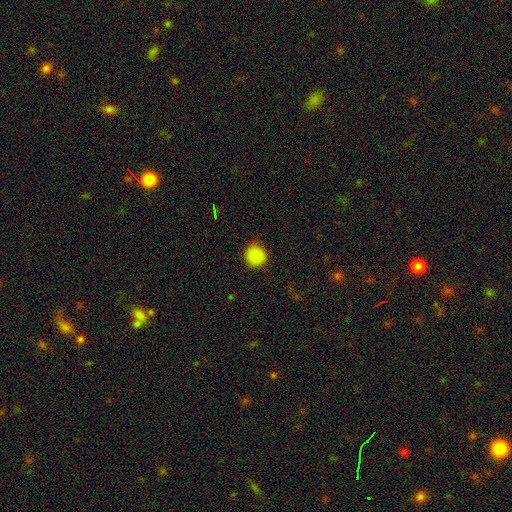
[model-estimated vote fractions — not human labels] This is clearly a smooth galaxy (86%). How rounded: clearly round (90%). Merging: likely none (75%).